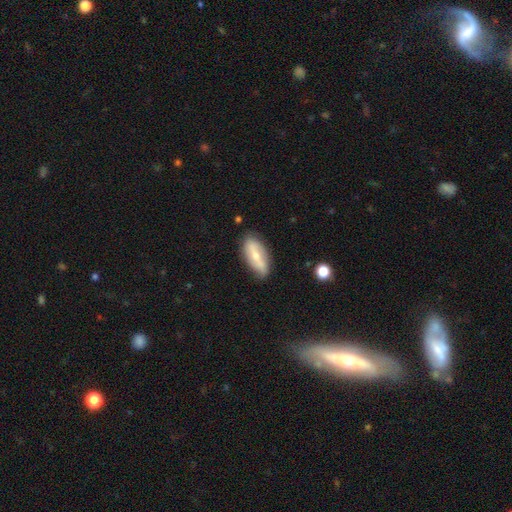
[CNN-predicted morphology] This appears to be a smooth galaxy with no disk features (50%) that is in between round and cigar-shaped (78%). Merging: none (77%).